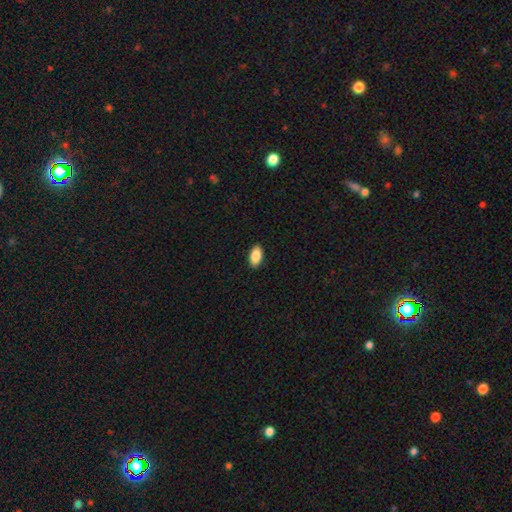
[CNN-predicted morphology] A smooth galaxy with no disk features (88%) that is in between round and cigar-shaped (92%). Merging: none (90%).